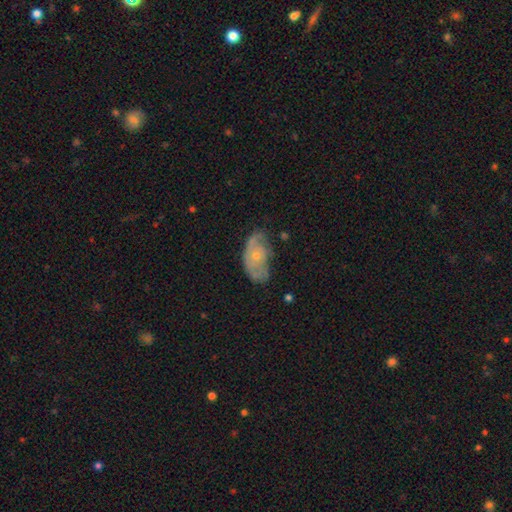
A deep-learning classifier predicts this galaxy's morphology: A featured or disk galaxy (63%) with no bar (85%), spiral arms (73%) and a small central bulge (65%).

Vote fractions:
- Smooth or featured? featured or disk: 63% / smooth: 30% / star or artifact: 7%
- Edge-on disk? no: 94% / yes: 6%
- Bar? no: 85% / weak: 13% / strong: 2%
- Spiral arms? yes: 73% / no: 27%
- Bulge size? small: 65% / moderate: 31% / none: 2% / large: 1% / dominant: 1%
- Merging? none: 52% / minor disturbance: 31% / major disturbance: 15% / merger: 2%